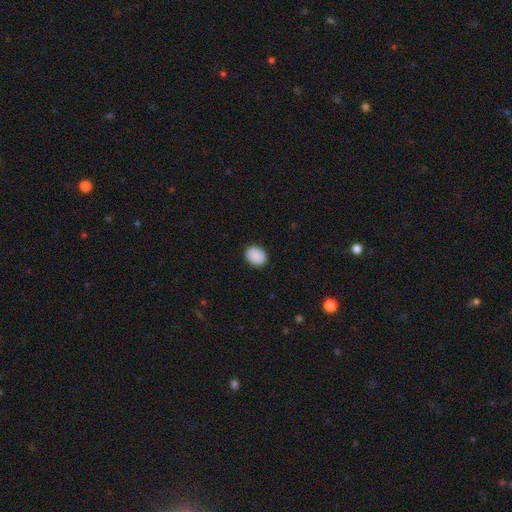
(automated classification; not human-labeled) Smooth or featured? Predicted: smooth (p=0.90). How rounded? Predicted: in between (p=0.57). Merging? Predicted: none (p=0.89).